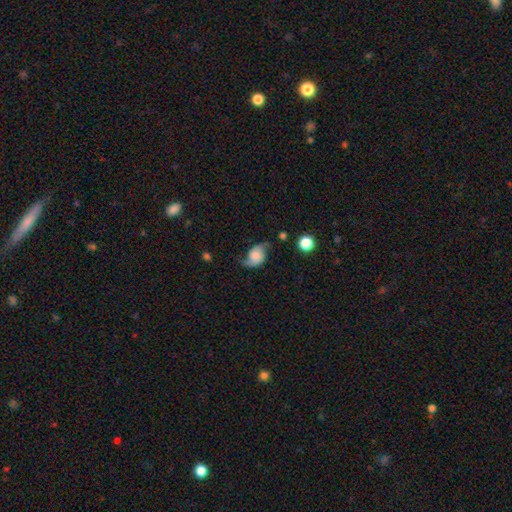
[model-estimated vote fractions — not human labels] Smooth or featured: featured or disk — 63% (smooth — 28%)
Edge-on disk: no — 97% (yes — 3%)
Bar: no — 68% (weak — 27%)
Spiral arms: yes — 93% (no — 7%)
Spiral winding: loose — 62% (medium — 29%)
Spiral arm count: 2 — 88% (1 — 6%)
Bulge size: small — 25% (moderate — 24%)
Merging: none — 56% (minor disturbance — 27%)